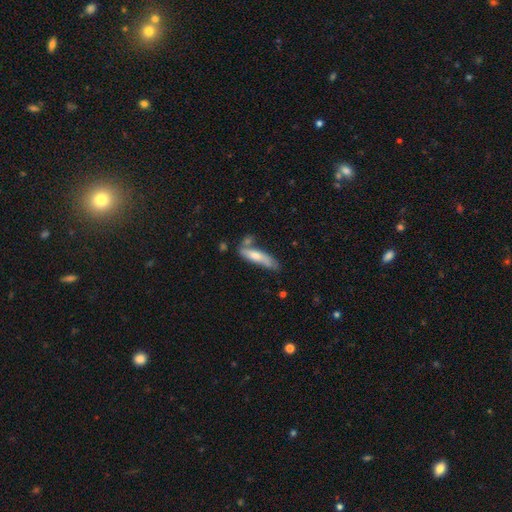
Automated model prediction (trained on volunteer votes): Overall: smooth (64%; featured or disk 30%). How rounded: cigar-shaped (66%; in between 32%). Merging: none (50%; minor disturbance 24%).